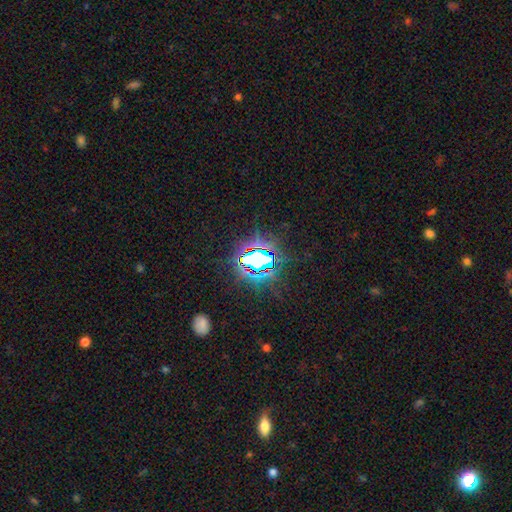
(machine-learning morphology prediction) smooth_or_featured: star or artifact (p=0.74) [alt: smooth p=0.15]